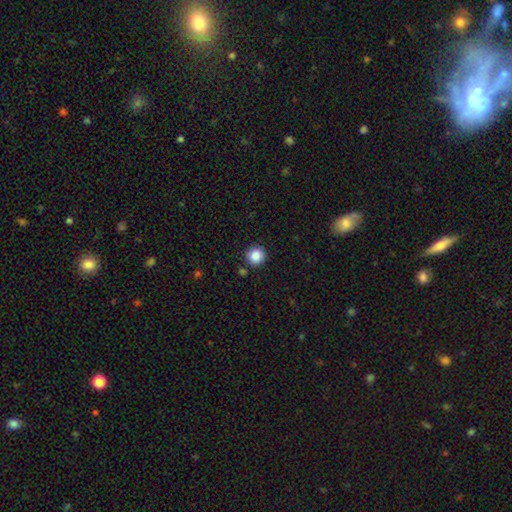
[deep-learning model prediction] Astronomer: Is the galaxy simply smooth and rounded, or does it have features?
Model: smooth — 87%.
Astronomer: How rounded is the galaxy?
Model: round — 94%.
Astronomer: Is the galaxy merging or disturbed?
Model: none — 87%.